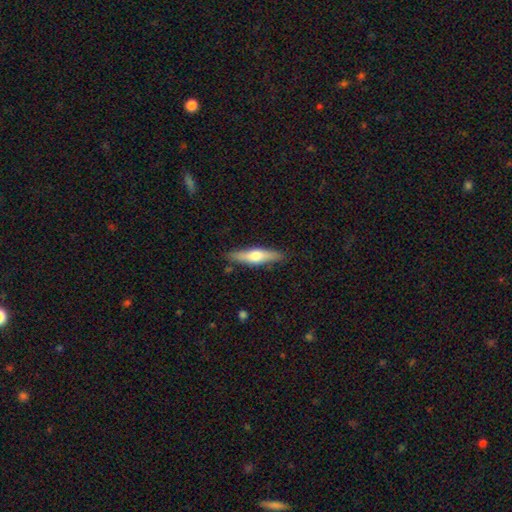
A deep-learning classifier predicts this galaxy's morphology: Smooth or featured: smooth — 48% (featured or disk — 47%)
Merging: none — 86% (minor disturbance — 11%)